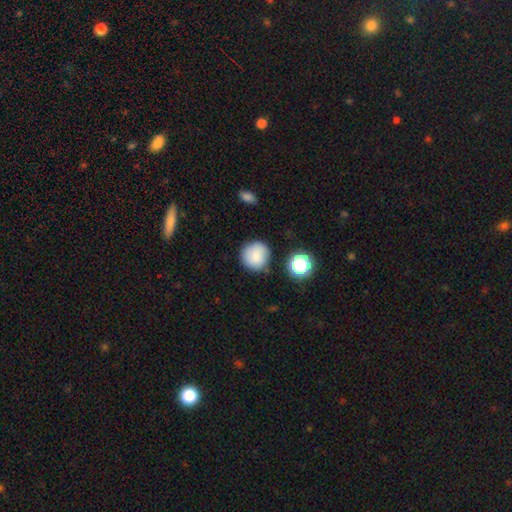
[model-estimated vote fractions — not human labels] Morphology: type=smooth (83%); roundness=round (93%); merging=none (79%).